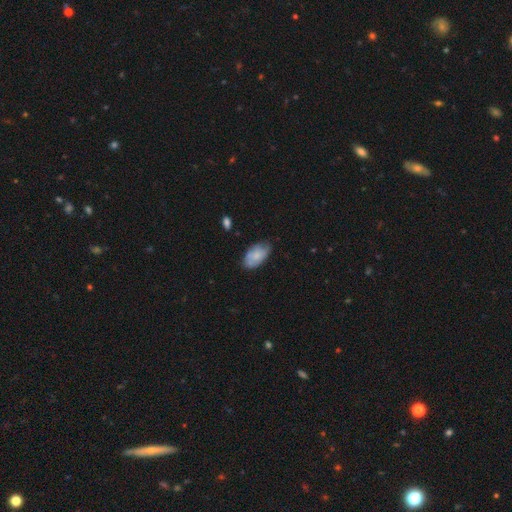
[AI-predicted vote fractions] Overall: smooth (70%). How rounded: in between (94%). Merging: none (60%; minor disturbance 31%).